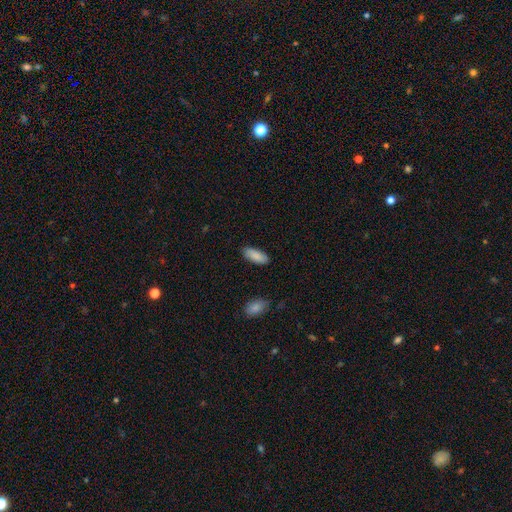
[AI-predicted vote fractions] The model was most divided on "how rounded": in between: 79%, cigar-shaped: 19%, round: 2%. More confident: smooth or featured — smooth (88%); merging — none (87%).